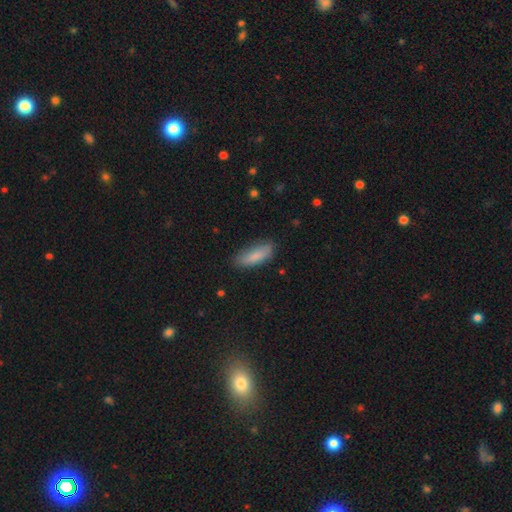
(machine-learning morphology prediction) A smooth galaxy with no disk features (85%) that is in between round and cigar-shaped (62%). Merging: none (78%).